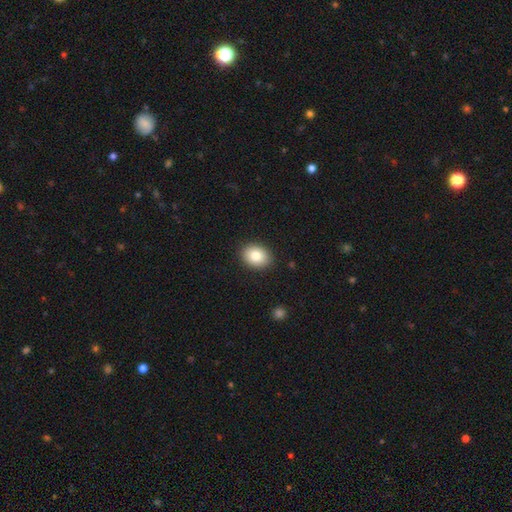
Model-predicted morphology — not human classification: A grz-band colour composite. It shows a smooth galaxy with no disk features (83%) that is in between round and cigar-shaped (65%). Merging: none (89%).